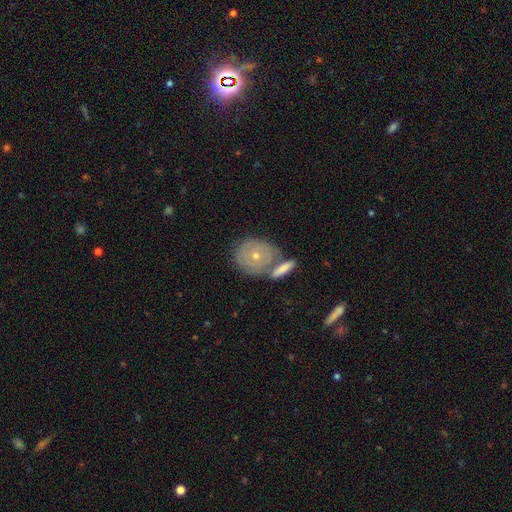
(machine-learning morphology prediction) Smooth or featured?
  - smooth: 54% *
  - featured or disk: 38%
  - star or artifact: 8%
How rounded?
  - round: 73% *
  - in between: 25%
  - cigar-shaped: 2%
Merging?
  - none: 57% *
  - merger: 24%
  - minor disturbance: 14%
  - major disturbance: 5%